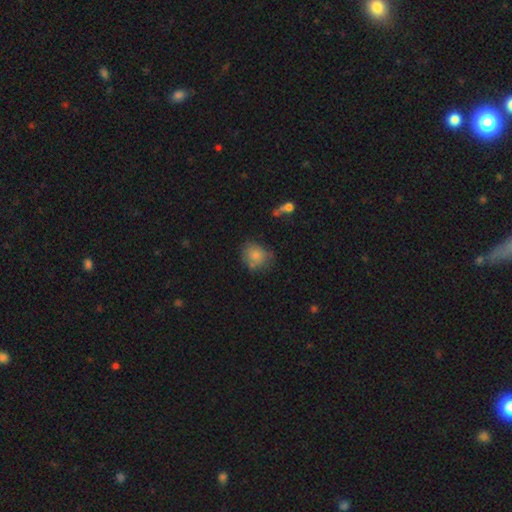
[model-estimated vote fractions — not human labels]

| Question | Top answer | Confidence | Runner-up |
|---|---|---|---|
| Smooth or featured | smooth | 79% | featured or disk (11%) |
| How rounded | round | 62% | in between (37%) |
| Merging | none | 60% | minor disturbance (23%) |